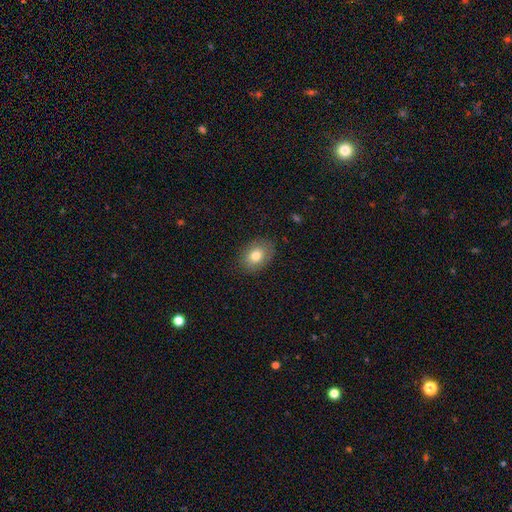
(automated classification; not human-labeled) The model was most divided on "how rounded": in between: 71%, round: 28%, cigar-shaped: 1%. More confident: merging — none (83%); smooth or featured — smooth (78%).